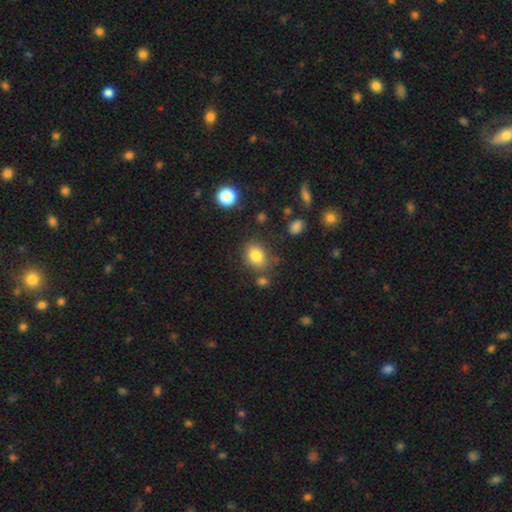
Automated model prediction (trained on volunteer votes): Smooth or featured? Predicted: smooth (p=0.82). How rounded? Predicted: in between (p=0.52). Merging? Predicted: none (p=0.74).